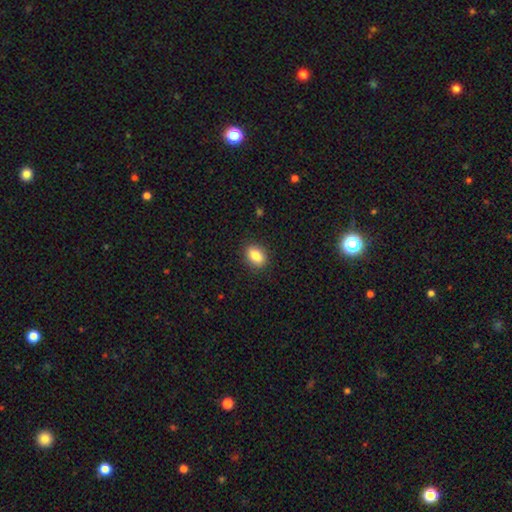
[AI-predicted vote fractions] smooth 85%, star or artifact 8%, featured or disk 7%. Down the decision tree: how rounded — in between (77%); merging — none (88%).